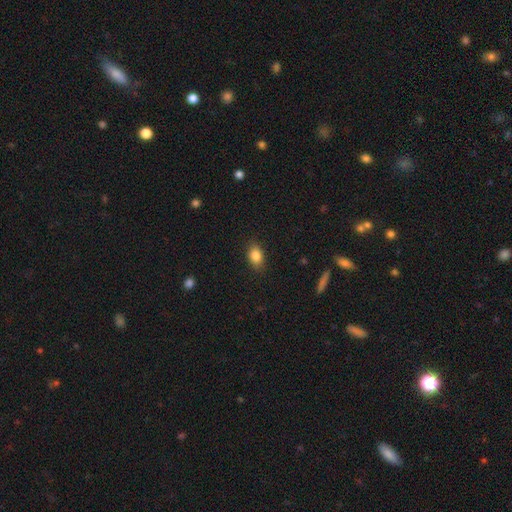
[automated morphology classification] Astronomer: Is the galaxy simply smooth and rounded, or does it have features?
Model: smooth — 85%.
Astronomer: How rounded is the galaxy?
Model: in between — 80%.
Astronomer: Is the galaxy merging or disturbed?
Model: none — 86%.